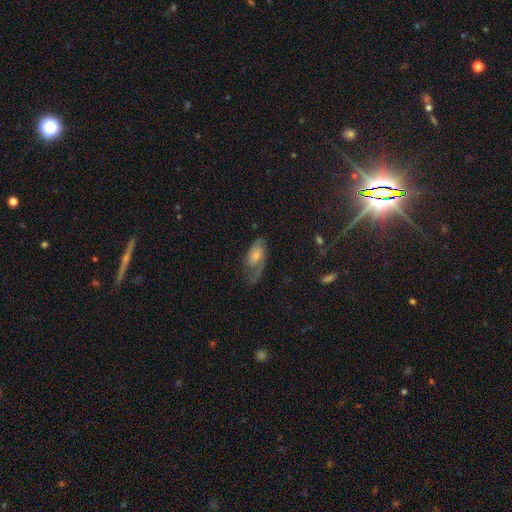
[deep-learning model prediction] smooth-or-featured: featured or disk: 58% | smooth: 33% | star or artifact: 8%
  disk-edge-on: no: 94% | yes: 6%
    bar: no: 61% | weak: 33% | strong: 6%
    has-spiral-arms: yes: 87% | no: 13%
    bulge-size: small: 35% | moderate: 34% | none: 16% | large: 13% | dominant: 2%
  merging: none: 45% | major disturbance: 28% | minor disturbance: 25% | merger: 2%